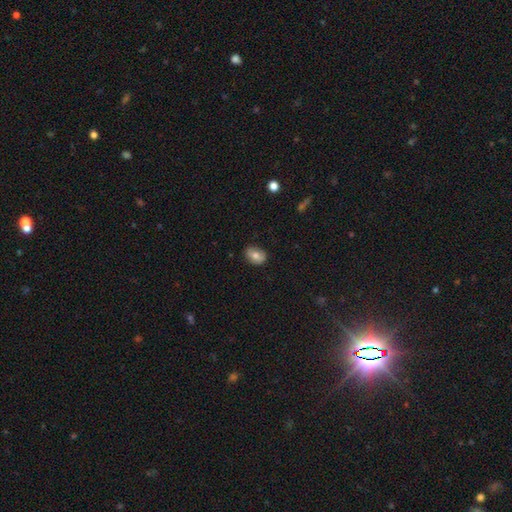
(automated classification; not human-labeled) smooth 76%, featured or disk 15%, star or artifact 8%. Down the decision tree: how rounded — in between (75%); merging — none (83%).